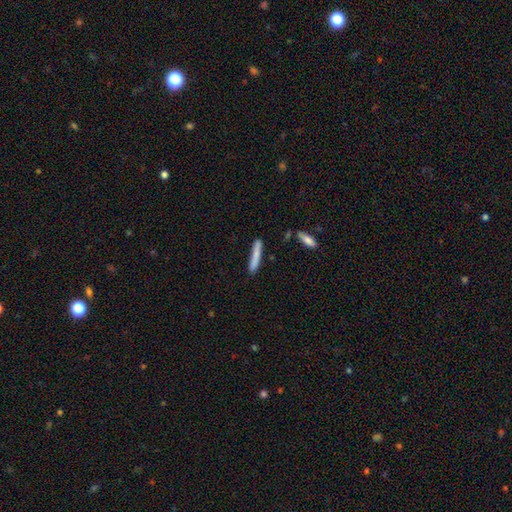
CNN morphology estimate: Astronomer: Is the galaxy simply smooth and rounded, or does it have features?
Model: smooth — 78%.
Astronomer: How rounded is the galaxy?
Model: cigar-shaped — 93%.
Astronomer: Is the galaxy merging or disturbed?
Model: none — 81%.